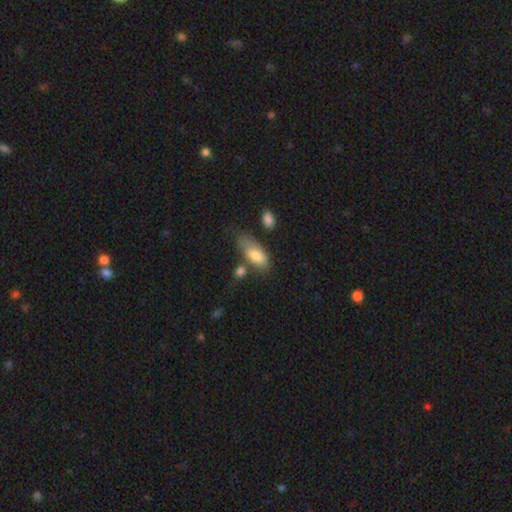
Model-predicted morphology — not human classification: smooth 77%, featured or disk 17%, star or artifact 6%. Down the decision tree: how rounded — in between (87%); merging — none (45%).